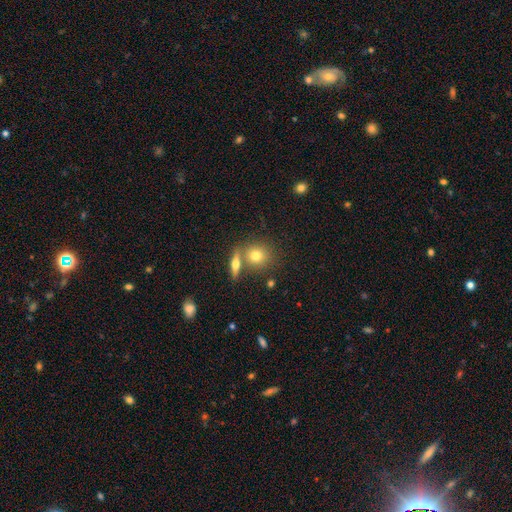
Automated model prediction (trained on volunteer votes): smooth-or-featured: smooth: 73% | featured or disk: 18% | star or artifact: 9%
  how-rounded: round: 77% | in between: 20% | cigar-shaped: 3%
  merging: none: 61% | merger: 27% | minor disturbance: 9% | major disturbance: 3%